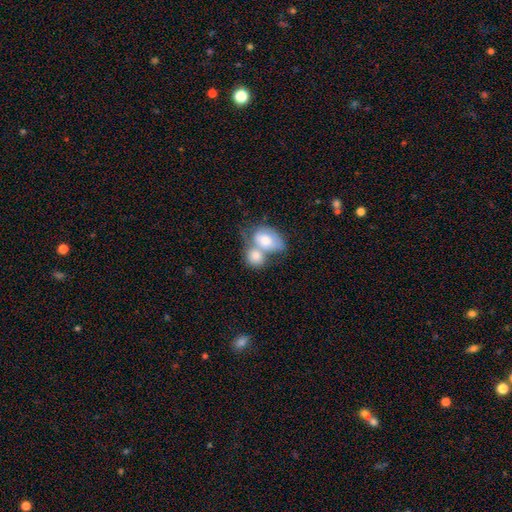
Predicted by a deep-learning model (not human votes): Smooth or featured? Predicted: smooth (p=0.75). How rounded? Predicted: in between (p=0.64). Merging? Predicted: merger (p=0.71).